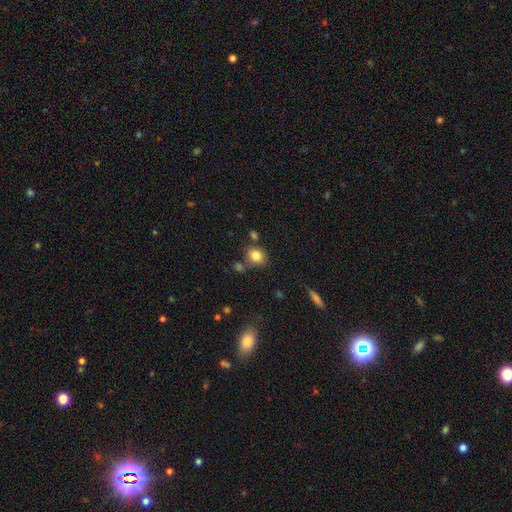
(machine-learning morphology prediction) type=smooth (82%); roundness=round (68%); merging=none (74%).